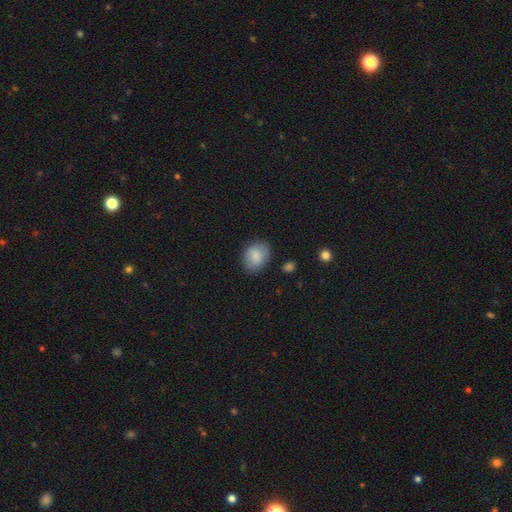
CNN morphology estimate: This is clearly a smooth galaxy (84%). How rounded: likely in between (66%). Merging: likely none (78%).